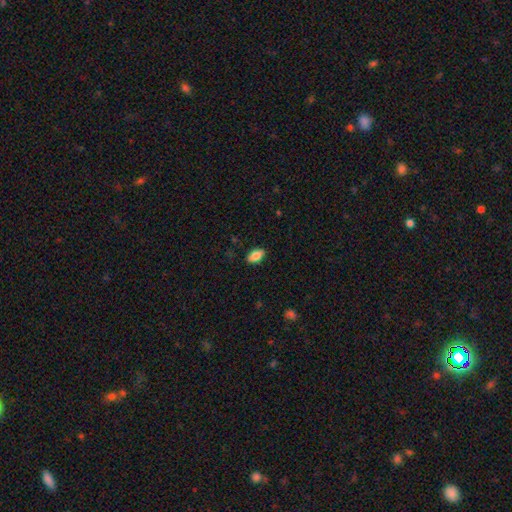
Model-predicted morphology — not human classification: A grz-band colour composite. It shows a smooth galaxy with no disk features (86%) that is in between round and cigar-shaped (92%). Merging: none (88%).